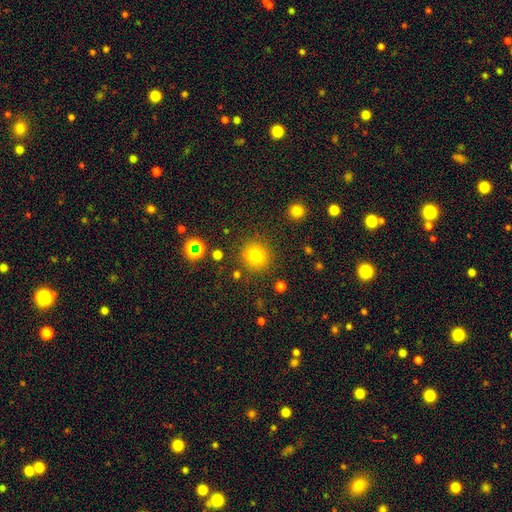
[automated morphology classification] Q: Smooth or featured?
A: smooth (79%); runner-up: star or artifact (14%)
Q: How rounded?
A: round (91%); runner-up: in between (8%)
Q: Merging?
A: none (86%); runner-up: minor disturbance (8%)